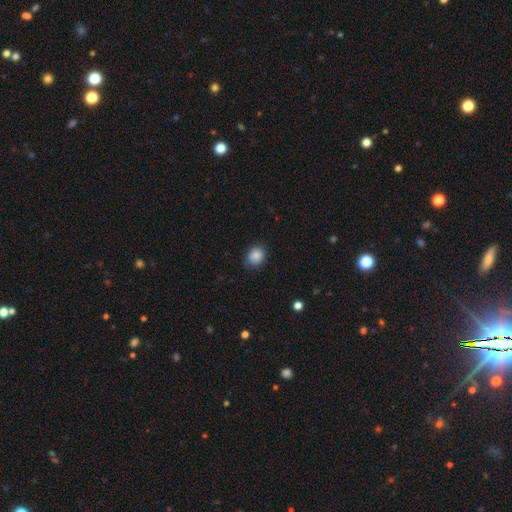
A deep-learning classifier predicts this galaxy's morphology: smooth 87%, star or artifact 9%, featured or disk 4%. Down the decision tree: how rounded — round (68%); merging — none (80%).